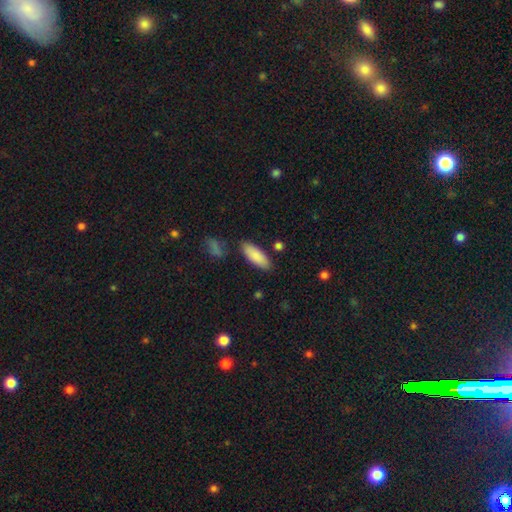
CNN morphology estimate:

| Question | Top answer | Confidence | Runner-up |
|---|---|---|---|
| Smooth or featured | smooth | 87% | featured or disk (7%) |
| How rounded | in between | 73% | cigar-shaped (25%) |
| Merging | none | 82% | minor disturbance (11%) |